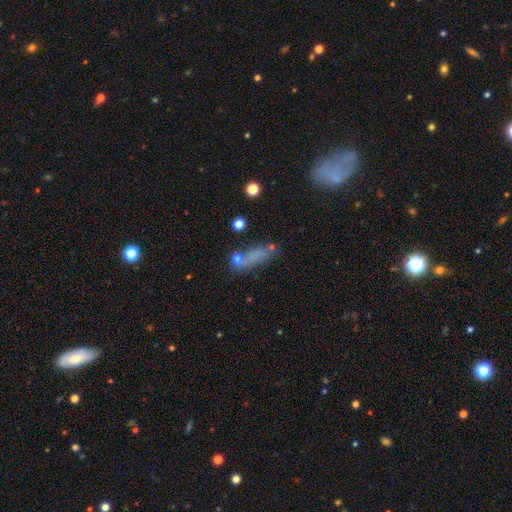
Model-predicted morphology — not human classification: smooth-or-featured: smooth: 65% | featured or disk: 18% | star or artifact: 17%
  how-rounded: in between: 53% | cigar-shaped: 39% | round: 8%
  merging: none: 50% | minor disturbance: 21% | merger: 15% | major disturbance: 15%